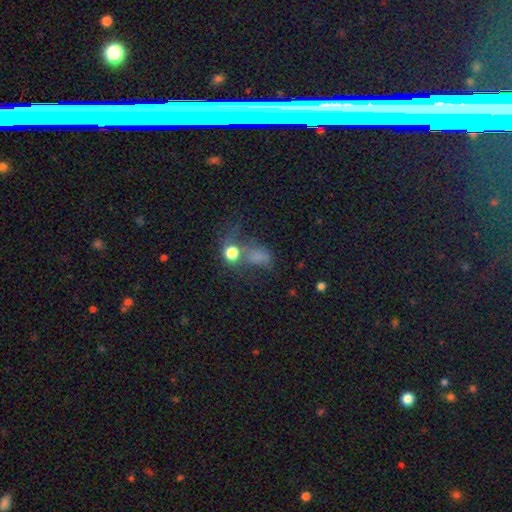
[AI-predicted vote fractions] This is possibly a smooth galaxy (55%). How rounded: possibly in between (56%). Merging: marginally none (32%).